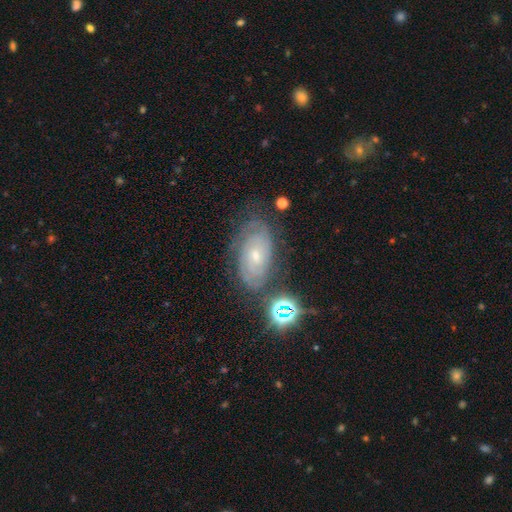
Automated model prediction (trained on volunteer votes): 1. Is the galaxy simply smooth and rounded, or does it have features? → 74% featured or disk, 14% smooth, 12% star or artifact.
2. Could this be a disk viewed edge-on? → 95% no, 5% yes.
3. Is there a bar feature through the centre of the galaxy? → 74% no, 22% weak, 5% strong.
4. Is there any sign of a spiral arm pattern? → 91% yes, 9% no.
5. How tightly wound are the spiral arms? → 75% tight, 20% medium, 5% loose.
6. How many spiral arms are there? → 50% can't tell, 22% 2, 12% 3, 7% 4, 5% more than 4, 5% 1.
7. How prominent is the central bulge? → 67% small, 29% moderate, 2% none, 1% large, 1% dominant.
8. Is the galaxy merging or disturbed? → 70% none, 19% minor disturbance, 7% major disturbance, 4% merger.